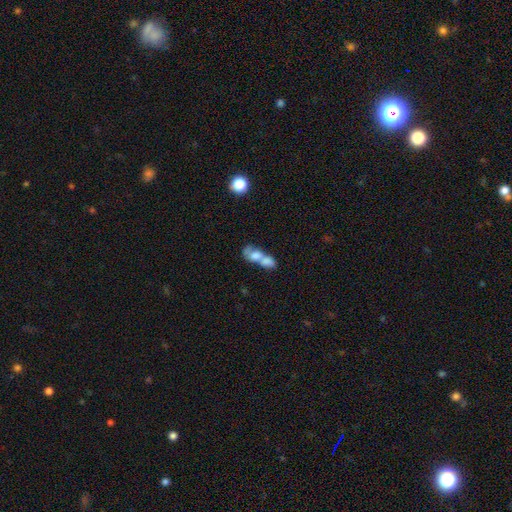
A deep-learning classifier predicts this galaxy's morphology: A smooth galaxy with no disk features (63%) that is in between round and cigar-shaped (69%).

Vote fractions:
- Smooth or featured? smooth: 63% / featured or disk: 27% / star or artifact: 10%
- How rounded? in between: 69% / round: 24% / cigar-shaped: 6%
- Merging? merger: 77% / none: 11% / major disturbance: 6% / minor disturbance: 5%